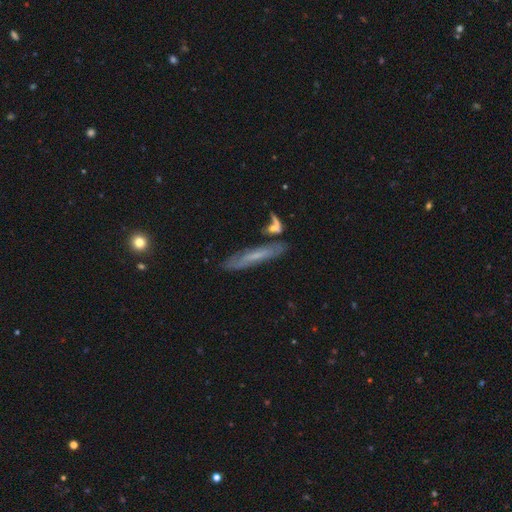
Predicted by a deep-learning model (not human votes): featured or disk 50%, smooth 41%, star or artifact 8%. Down the decision tree: edge-on disk — yes (63%); merging — none (71%).